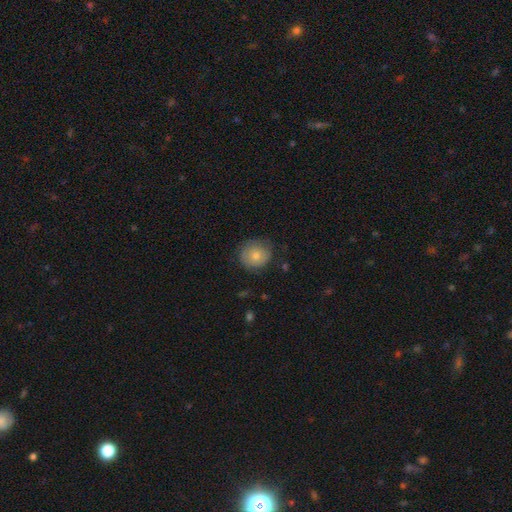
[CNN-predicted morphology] Smooth or featured: smooth — 74% (featured or disk — 19%)
How rounded: round — 84% (in between — 15%)
Merging: none — 71% (minor disturbance — 22%)